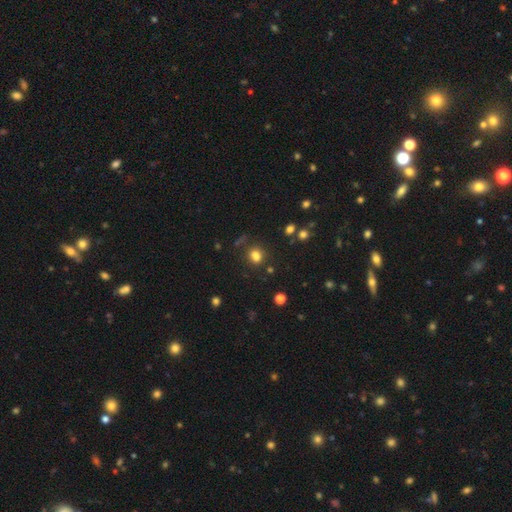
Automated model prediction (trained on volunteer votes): smooth_or_featured: smooth (p=0.79) [alt: star or artifact p=0.15]
how_rounded: round (p=0.60) [alt: in between p=0.39]
merging: none (p=0.76) [alt: minor disturbance p=0.13]